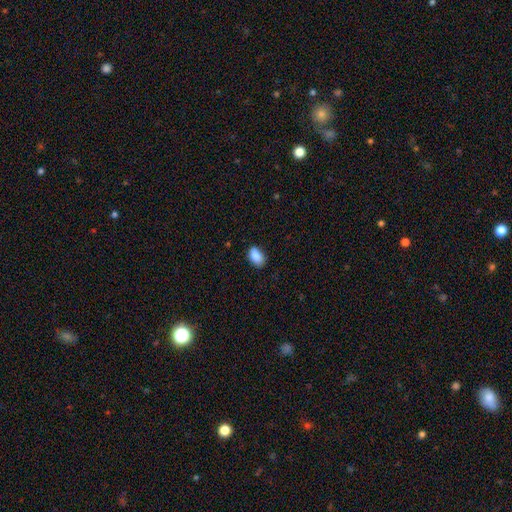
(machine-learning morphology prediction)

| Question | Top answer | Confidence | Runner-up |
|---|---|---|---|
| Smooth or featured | smooth | 88% | star or artifact (8%) |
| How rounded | in between | 88% | round (10%) |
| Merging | none | 80% | minor disturbance (16%) |